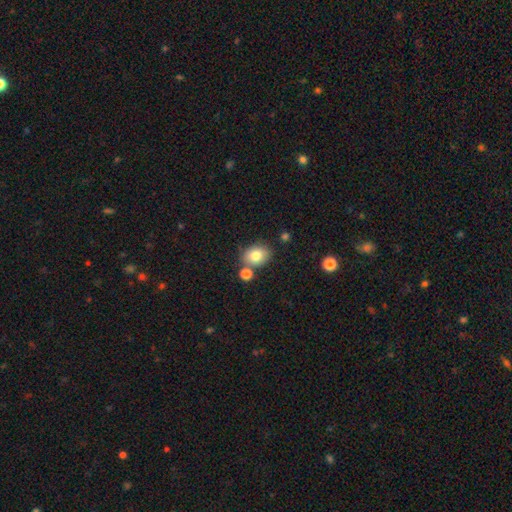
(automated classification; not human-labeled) smooth 80%, featured or disk 11%, star or artifact 10%. Down the decision tree: how rounded — in between (57%); merging — none (71%).